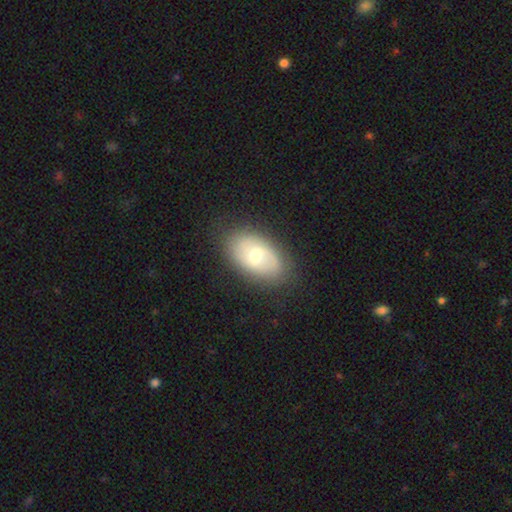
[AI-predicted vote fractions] Smooth or featured? Predicted: smooth (p=0.49). Merging? Predicted: none (p=0.80).